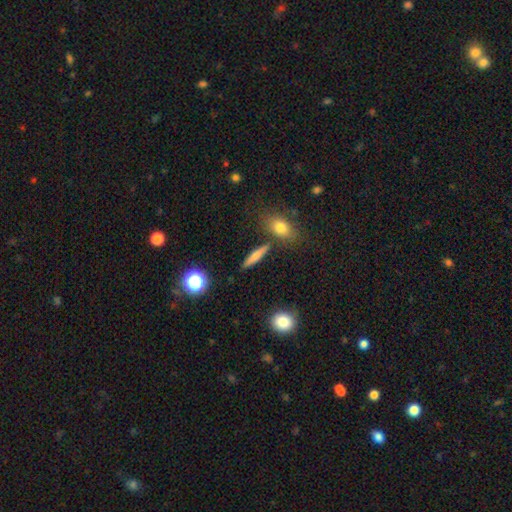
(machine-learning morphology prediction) This appears to be a smooth galaxy with no disk features (63%) that is cigar-shaped (78%). Merging: none (83%).